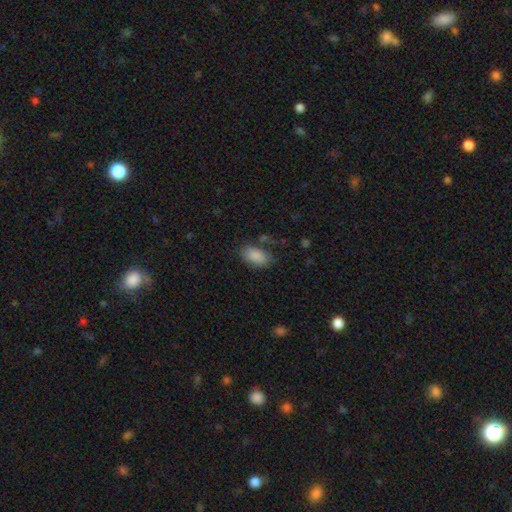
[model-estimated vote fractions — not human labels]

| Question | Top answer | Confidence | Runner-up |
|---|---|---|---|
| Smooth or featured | smooth | 88% | star or artifact (7%) |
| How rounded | in between | 93% | round (4%) |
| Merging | none | 75% | minor disturbance (16%) |